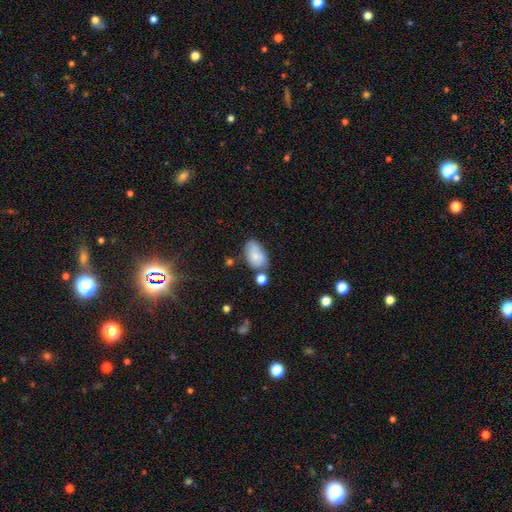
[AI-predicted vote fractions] Morphology: type=smooth (71%); roundness=in between (90%); merging=none (48%).